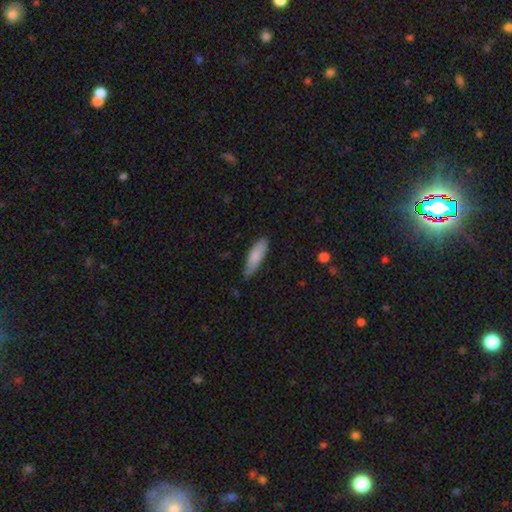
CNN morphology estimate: Smooth or featured? smooth (83%)
How rounded? in between (50%)
Merging? none (70%)